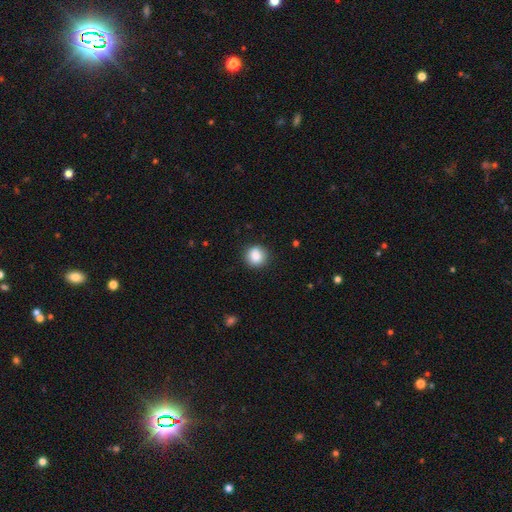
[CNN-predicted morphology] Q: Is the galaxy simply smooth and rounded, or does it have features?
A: smooth — 87%.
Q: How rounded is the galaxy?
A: round — 86%.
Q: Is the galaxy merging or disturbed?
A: none — 88%.